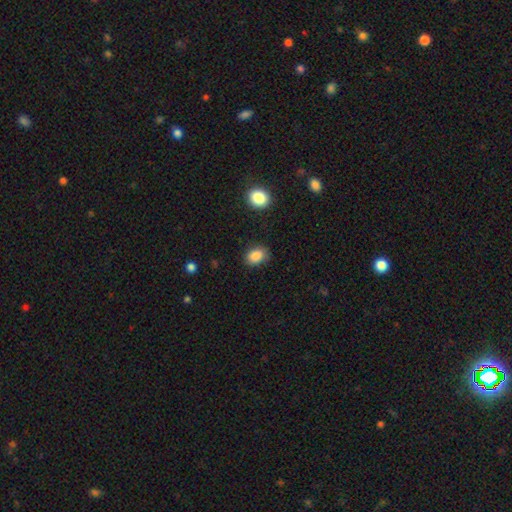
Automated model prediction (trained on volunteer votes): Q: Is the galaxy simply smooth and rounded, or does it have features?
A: smooth — 87%.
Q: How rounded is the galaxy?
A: in between — 71%.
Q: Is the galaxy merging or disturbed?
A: none — 82%.